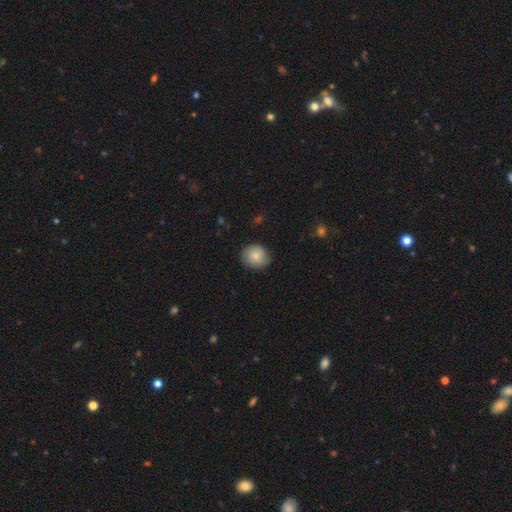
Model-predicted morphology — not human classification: Overall: smooth (76%). How rounded: round (78%). Merging: none (83%).